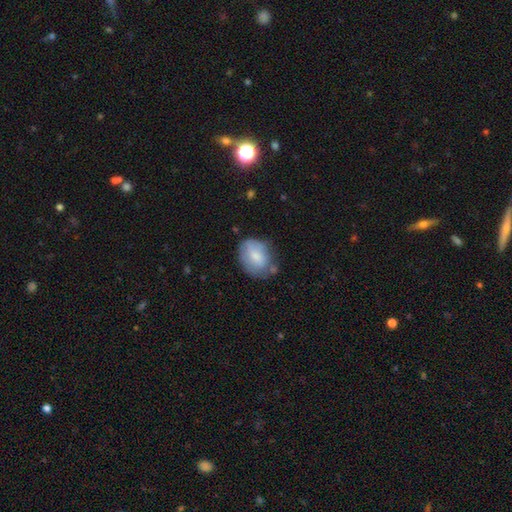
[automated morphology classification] A smooth galaxy with no disk features (71%) that is in between round and cigar-shaped (67%). Merging: none (53%).